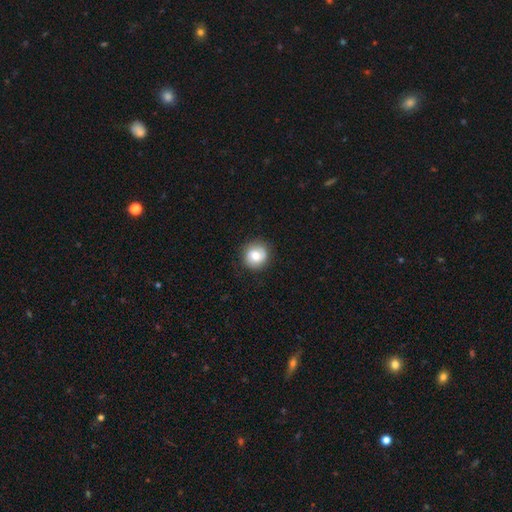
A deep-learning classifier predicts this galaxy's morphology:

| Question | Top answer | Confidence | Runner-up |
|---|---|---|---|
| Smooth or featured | smooth | 65% | featured or disk (27%) |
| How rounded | round | 90% | in between (9%) |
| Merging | none | 85% | minor disturbance (11%) |